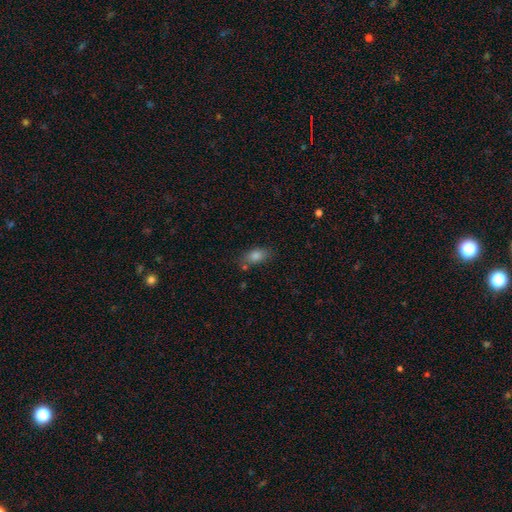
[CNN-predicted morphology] This is clearly a smooth galaxy (80%). How rounded: clearly in between (85%). Merging: likely none (70%).